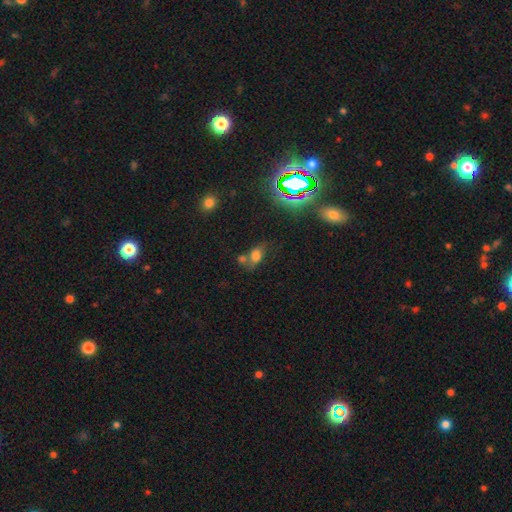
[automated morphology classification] A smooth galaxy with no disk features (63%) that is in between round and cigar-shaped (72%).

Vote fractions:
- Smooth or featured? smooth: 63% / star or artifact: 22% / featured or disk: 15%
- How rounded? in between: 72% / round: 25% / cigar-shaped: 3%
- Merging? none: 39% / merger: 33% / minor disturbance: 18% / major disturbance: 11%